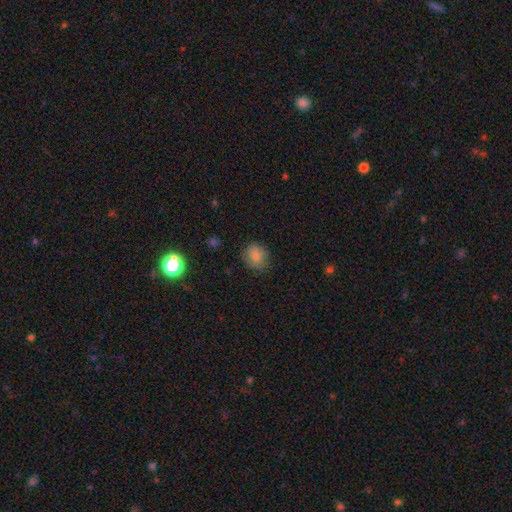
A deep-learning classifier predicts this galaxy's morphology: The model was most divided on "how rounded": round: 73%, in between: 26%, cigar-shaped: 1%. More confident: smooth or featured — smooth (81%); merging — none (80%).